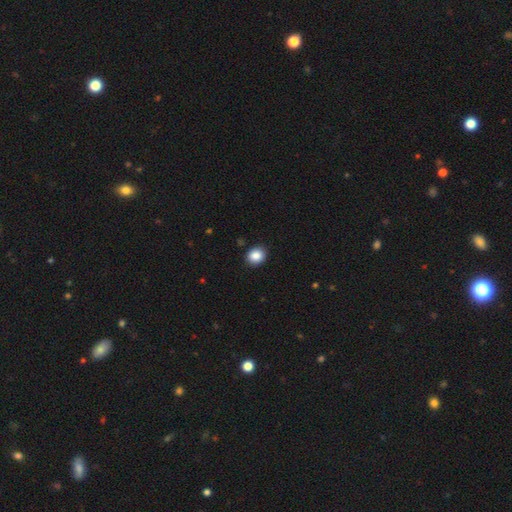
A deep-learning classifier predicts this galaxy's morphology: Overall: smooth (87%). How rounded: round (66%; in between 33%). Merging: none (90%).